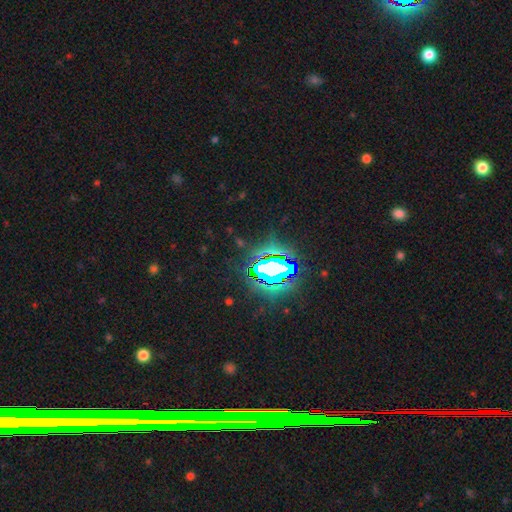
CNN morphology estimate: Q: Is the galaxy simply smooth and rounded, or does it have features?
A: star or artifact — 78%.